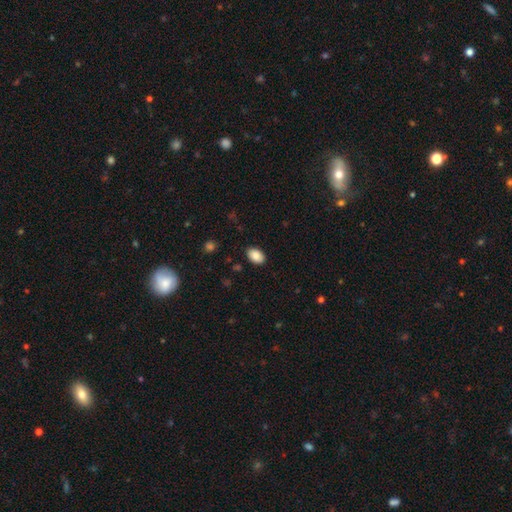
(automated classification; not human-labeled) The model was most divided on "how rounded": in between: 88%, round: 11%, cigar-shaped: 1%. More confident: smooth or featured — smooth (88%); merging — none (87%).